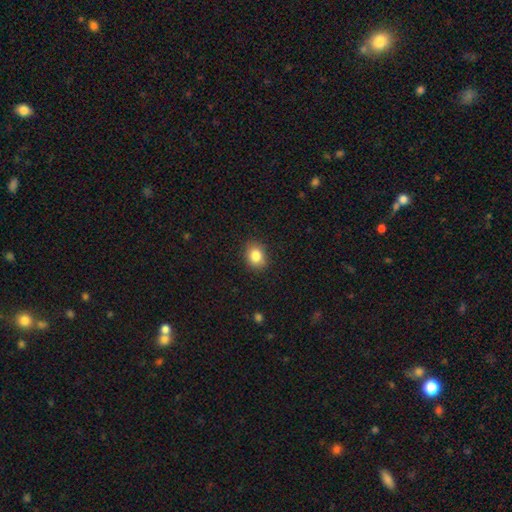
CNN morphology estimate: A smooth galaxy with no disk features (84%) that is round (52%). Merging: none (87%).